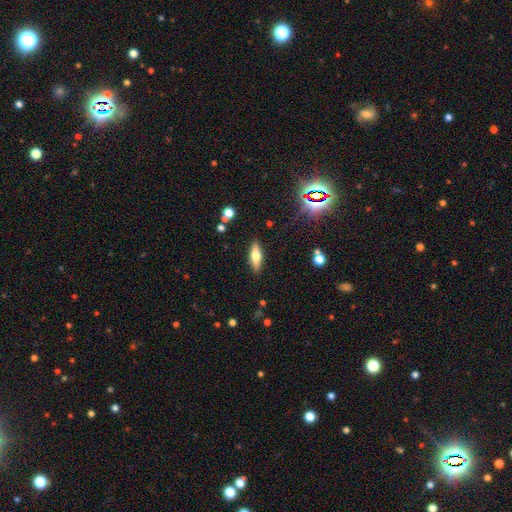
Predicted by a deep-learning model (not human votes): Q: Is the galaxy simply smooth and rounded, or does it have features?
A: smooth — 52%.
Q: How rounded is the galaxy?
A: in between — 52%.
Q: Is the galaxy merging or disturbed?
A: none — 87%.